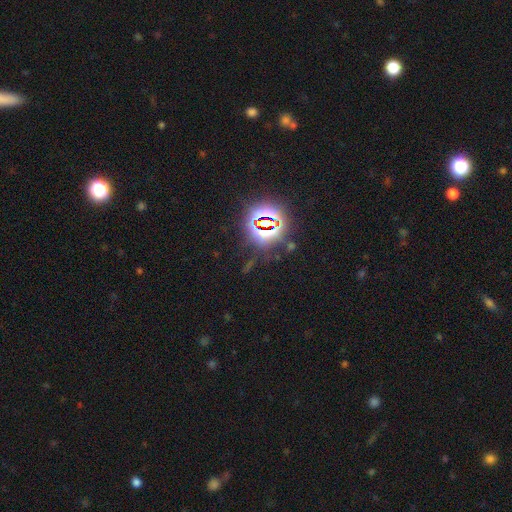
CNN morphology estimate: A star or artifact, not a galaxy (83%).